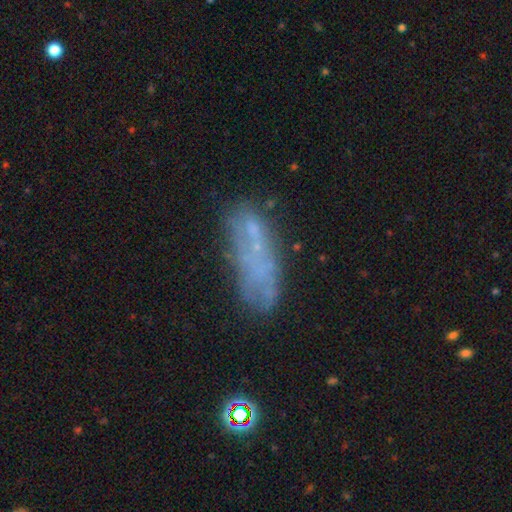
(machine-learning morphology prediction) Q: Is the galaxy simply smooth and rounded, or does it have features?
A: featured or disk — 45%.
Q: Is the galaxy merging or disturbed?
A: none — 52%.